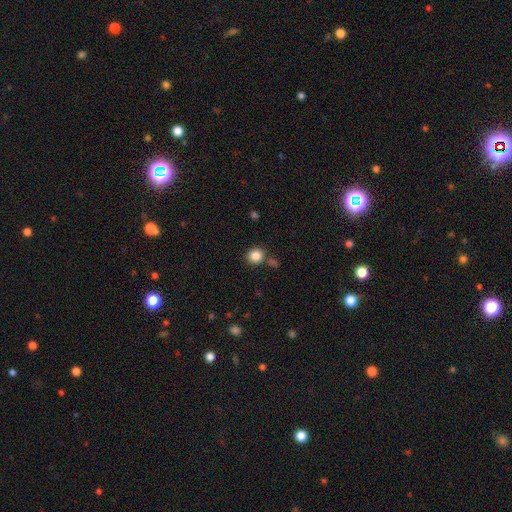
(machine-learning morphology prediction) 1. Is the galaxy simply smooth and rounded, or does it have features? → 84% smooth, 11% star or artifact, 5% featured or disk.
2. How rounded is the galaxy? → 87% round, 12% in between, 1% cigar-shaped.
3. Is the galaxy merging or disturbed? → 78% none, 9% merger, 9% minor disturbance, 3% major disturbance.